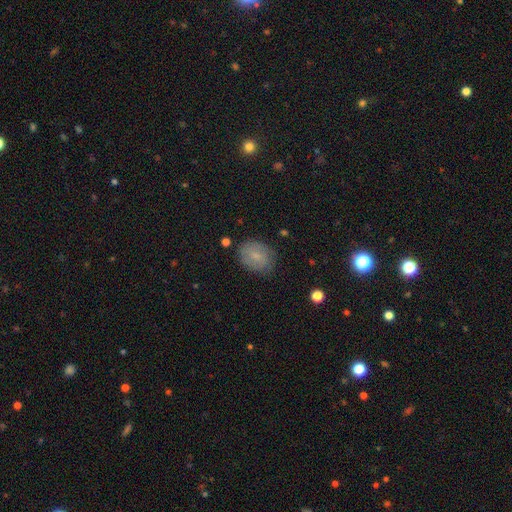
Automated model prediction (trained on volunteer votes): Smooth or featured? Predicted: smooth (p=0.66). How rounded? Predicted: in between (p=0.59). Merging? Predicted: none (p=0.79).